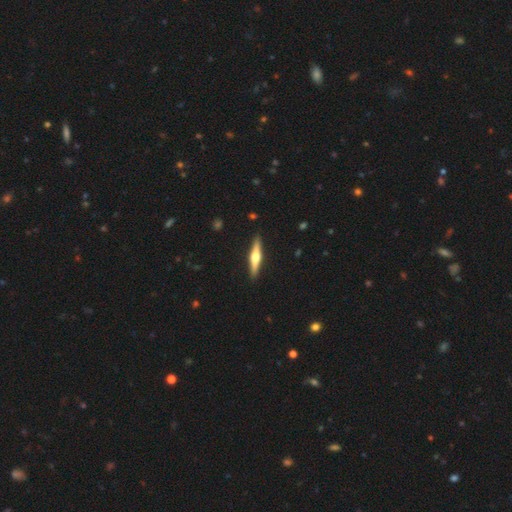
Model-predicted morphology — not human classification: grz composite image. It shows a featured or disk galaxy (64%) viewed edge-on (97%) with a rounded central bulge (93%). Merging: none (91%).